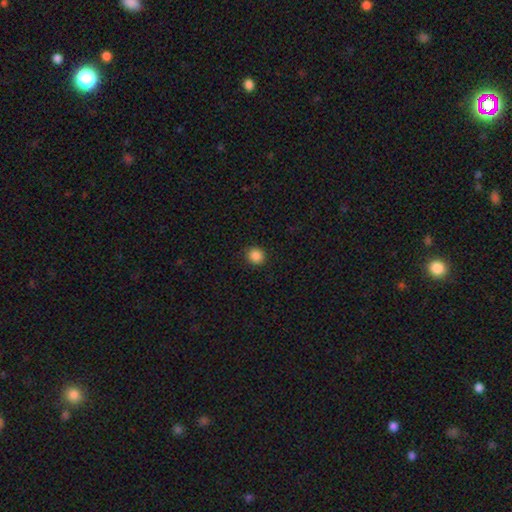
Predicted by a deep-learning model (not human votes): This is clearly a smooth galaxy (86%). How rounded: clearly round (87%). Merging: clearly none (90%).